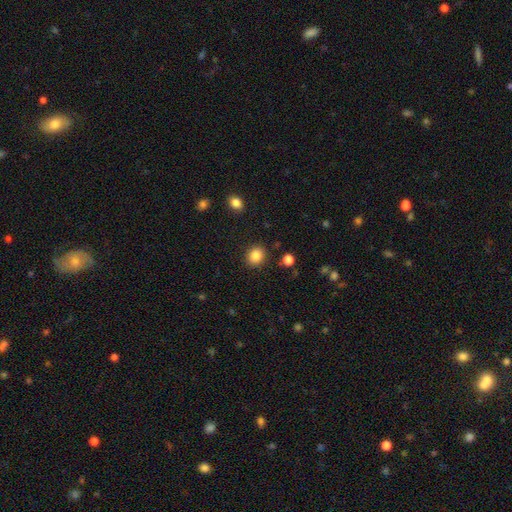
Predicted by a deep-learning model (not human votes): The model was most divided on "how rounded": round: 72%, in between: 27%, cigar-shaped: 1%. More confident: merging — none (89%); smooth or featured — smooth (86%).